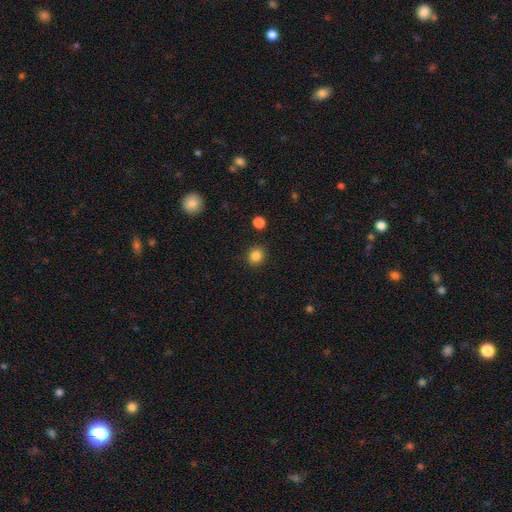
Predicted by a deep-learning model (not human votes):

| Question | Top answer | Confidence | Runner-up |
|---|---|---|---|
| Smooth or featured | smooth | 85% | star or artifact (11%) |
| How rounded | round | 80% | in between (19%) |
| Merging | none | 89% | minor disturbance (7%) |